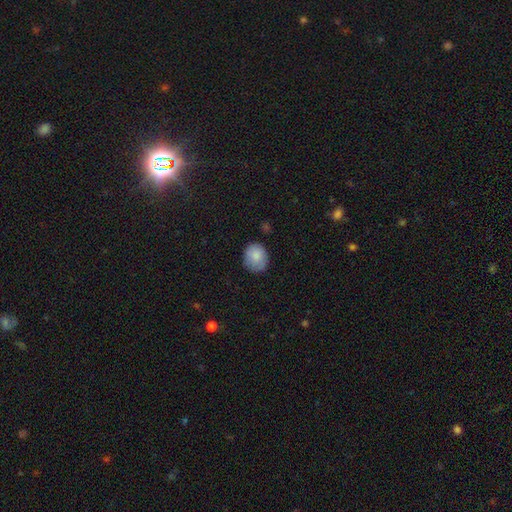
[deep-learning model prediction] Smooth or featured? Predicted: smooth (p=0.84). How rounded? Predicted: round (p=0.67). Merging? Predicted: none (p=0.76).